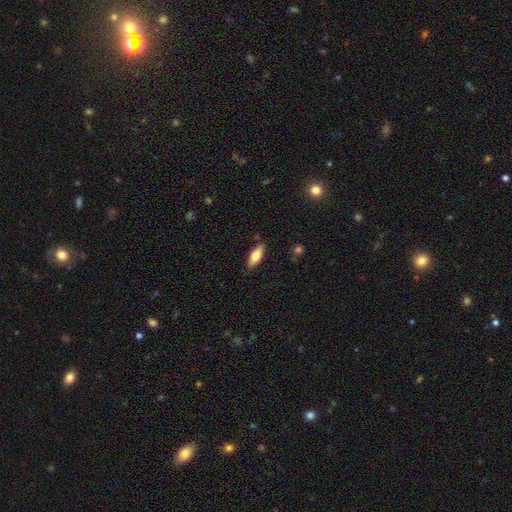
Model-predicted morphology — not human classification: type=smooth (71%); roundness=in between (68%); merging=none (82%).